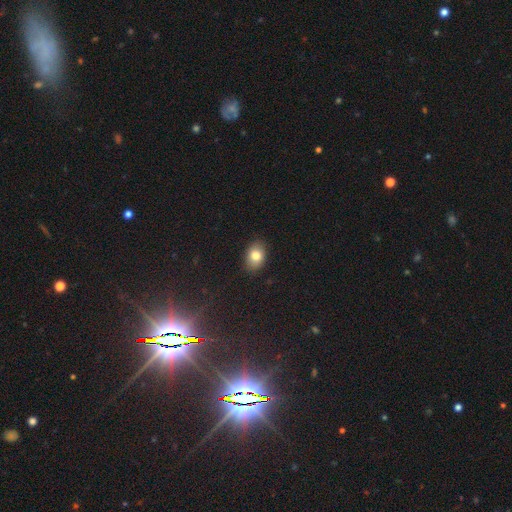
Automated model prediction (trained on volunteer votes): Smooth or featured?
  - smooth: 80% *
  - featured or disk: 11%
  - star or artifact: 9%
How rounded?
  - in between: 77% *
  - round: 21%
  - cigar-shaped: 1%
Merging?
  - none: 86% *
  - minor disturbance: 11%
  - major disturbance: 2%
  - merger: 1%